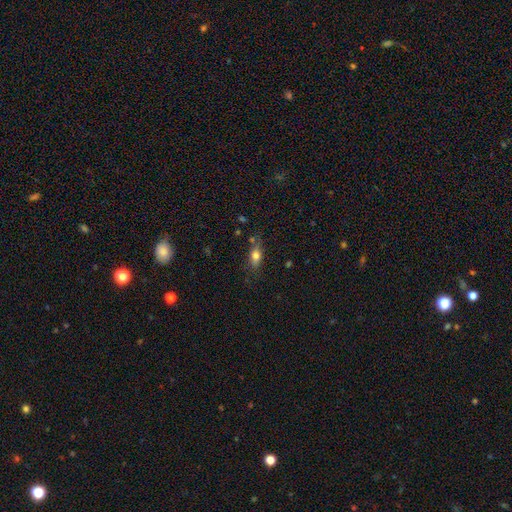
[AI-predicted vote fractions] A smooth galaxy with no disk features (72%) that is in between round and cigar-shaped (74%).

Vote fractions:
- Smooth or featured? smooth: 72% / featured or disk: 18% / star or artifact: 9%
- How rounded? in between: 74% / cigar-shaped: 18% / round: 8%
- Merging? none: 69% / minor disturbance: 20% / merger: 6% / major disturbance: 5%